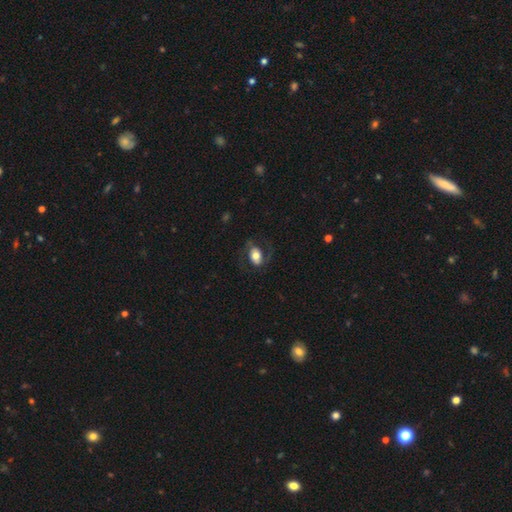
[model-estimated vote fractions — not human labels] Overall: smooth (55%; featured or disk 38%). How rounded: in between (87%). Merging: none (66%).